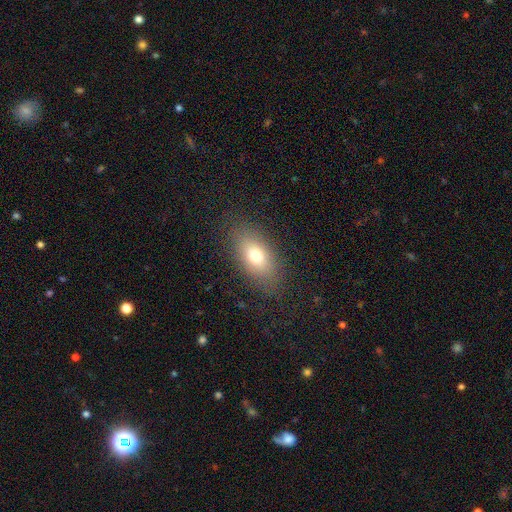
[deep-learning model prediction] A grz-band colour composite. It shows a smooth galaxy with no disk features (73%) that is in between round and cigar-shaped (87%). Merging: none (83%).